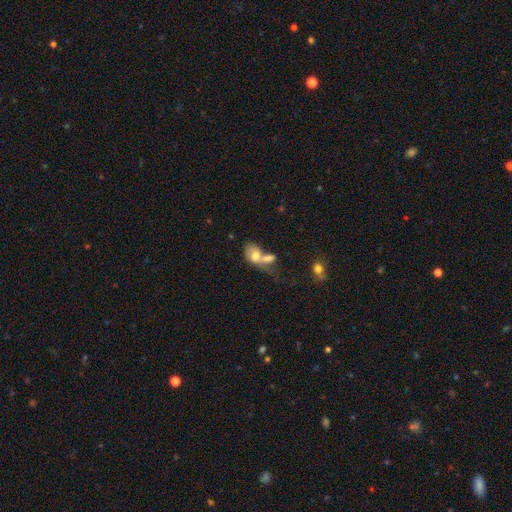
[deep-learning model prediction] Smooth or featured? smooth (64%)
How rounded? in between (79%)
Merging? merger (72%)